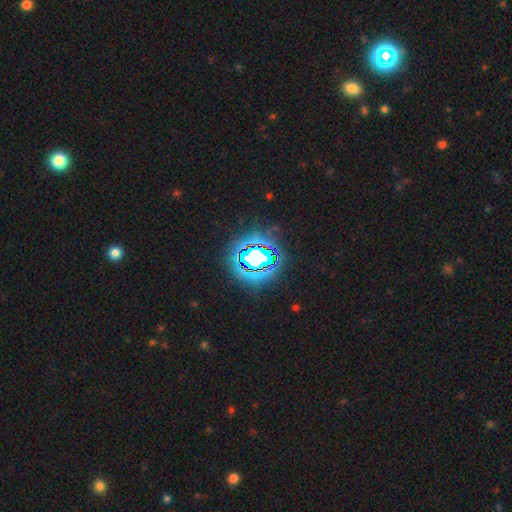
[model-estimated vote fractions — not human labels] The model was most divided on "smooth or featured": star or artifact: 70%, smooth: 17%, featured or disk: 13%.